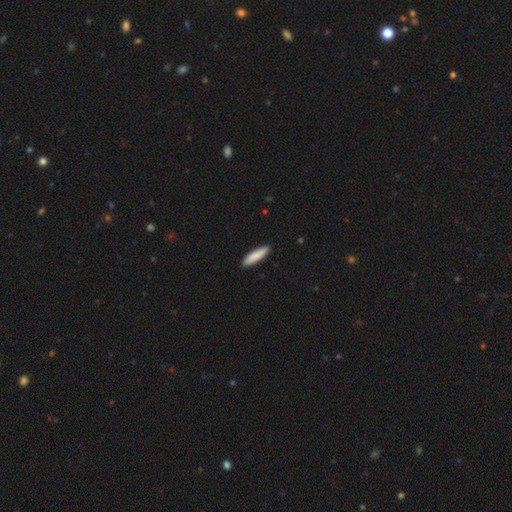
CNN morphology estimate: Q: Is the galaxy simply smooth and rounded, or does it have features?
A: smooth — 87%.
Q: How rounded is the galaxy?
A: cigar-shaped — 77%.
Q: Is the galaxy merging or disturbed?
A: none — 91%.